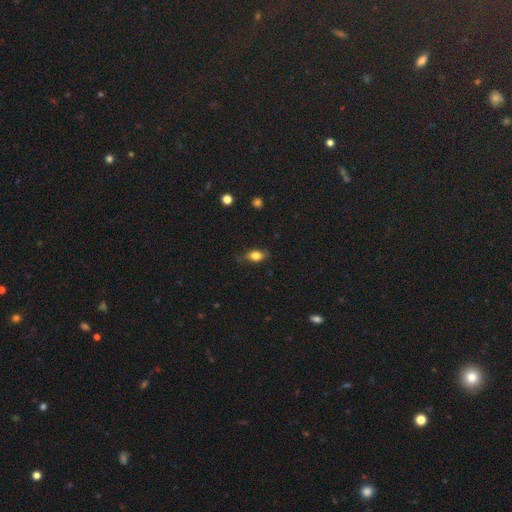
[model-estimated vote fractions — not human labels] smooth_or_featured: smooth (p=0.75) [alt: featured or disk p=0.16]
how_rounded: in between (p=0.81) [alt: round p=0.11]
merging: none (p=0.74) [alt: minor disturbance p=0.21]